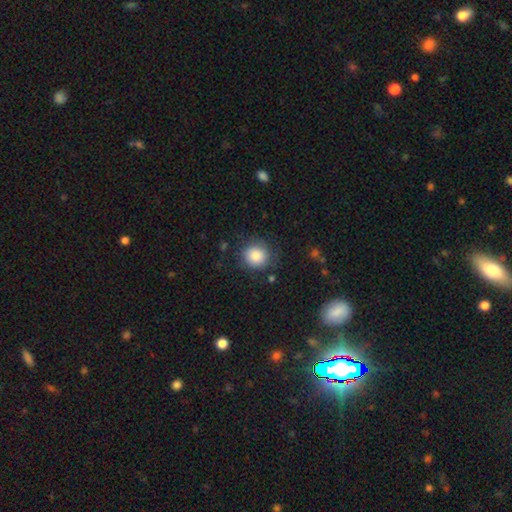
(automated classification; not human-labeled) The model was most divided on "merging": none: 81%, minor disturbance: 13%, major disturbance: 4%, merger: 2%. More confident: how rounded — round (89%); smooth or featured — smooth (86%).